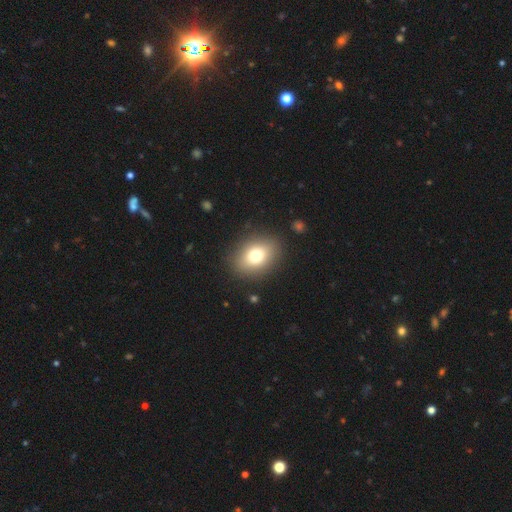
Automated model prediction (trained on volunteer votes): smooth 75%, featured or disk 14%, star or artifact 11%. Down the decision tree: how rounded — in between (64%); merging — none (87%).